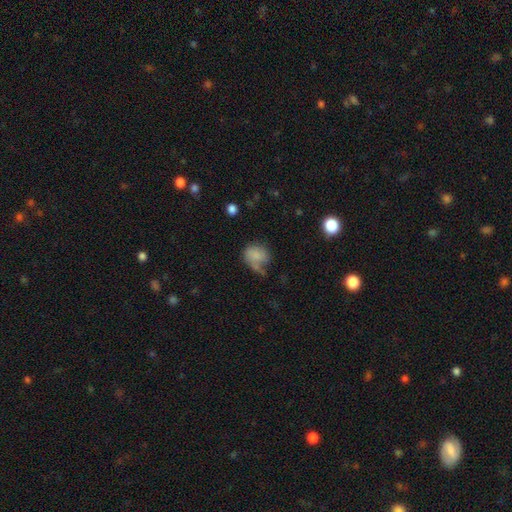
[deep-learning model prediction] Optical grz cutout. It shows a smooth galaxy with no disk features (76%) that is round (56%). Merging: none (41%).